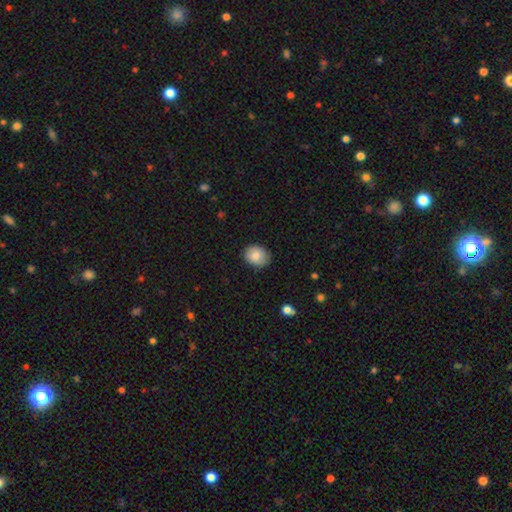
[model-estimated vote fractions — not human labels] A smooth galaxy with no disk features (80%) that is round (50%).

Vote fractions:
- Smooth or featured? smooth: 80% / featured or disk: 13% / star or artifact: 8%
- How rounded? round: 50% / in between: 49% / cigar-shaped: 1%
- Merging? none: 82% / minor disturbance: 15% / major disturbance: 2% / merger: 1%